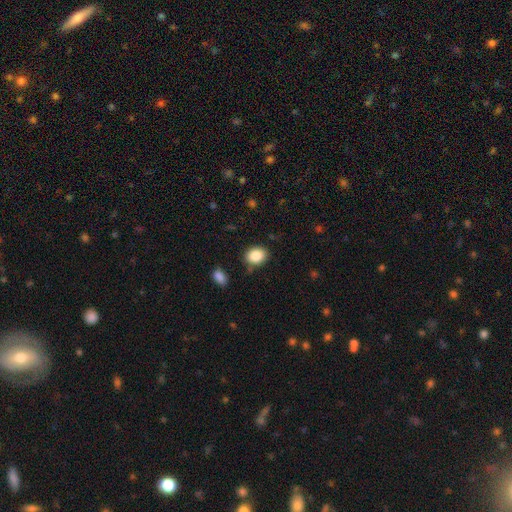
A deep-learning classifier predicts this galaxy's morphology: The model was most divided on "how rounded": in between: 62%, round: 37%, cigar-shaped: 1%. More confident: smooth or featured — smooth (87%); merging — none (81%).